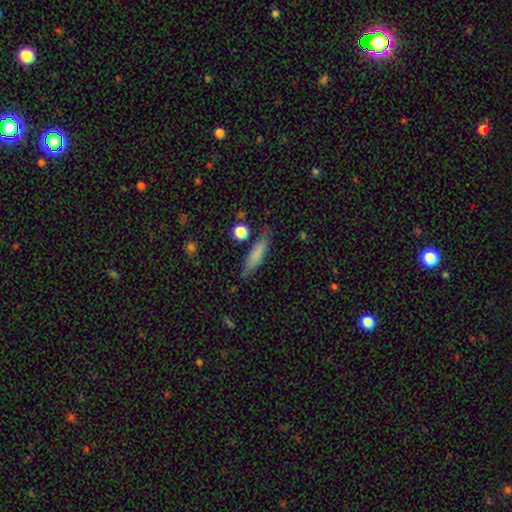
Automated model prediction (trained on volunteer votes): smooth-or-featured: smooth: 78% | featured or disk: 15% | star or artifact: 7%
  how-rounded: cigar-shaped: 69% | in between: 28% | round: 3%
  merging: none: 77% | minor disturbance: 16% | major disturbance: 4% | merger: 4%